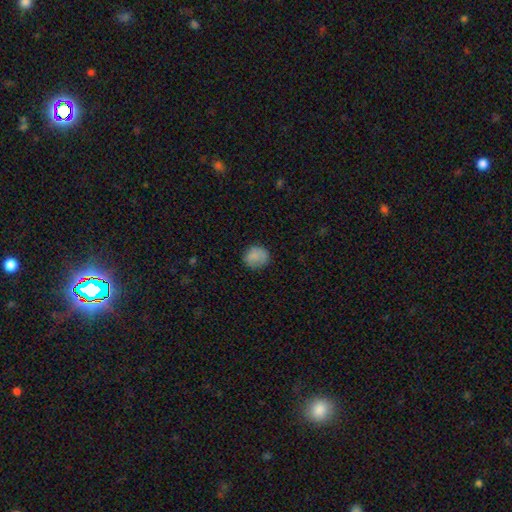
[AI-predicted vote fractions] Smooth or featured: smooth — 82% (star or artifact — 10%)
How rounded: round — 81% (in between — 18%)
Merging: none — 78% (minor disturbance — 17%)